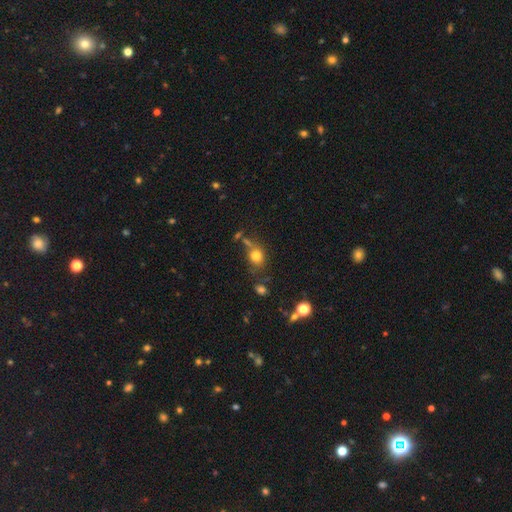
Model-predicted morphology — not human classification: This appears to be a smooth galaxy with no disk features (77%) that is round (56%). Merging: none (51%).